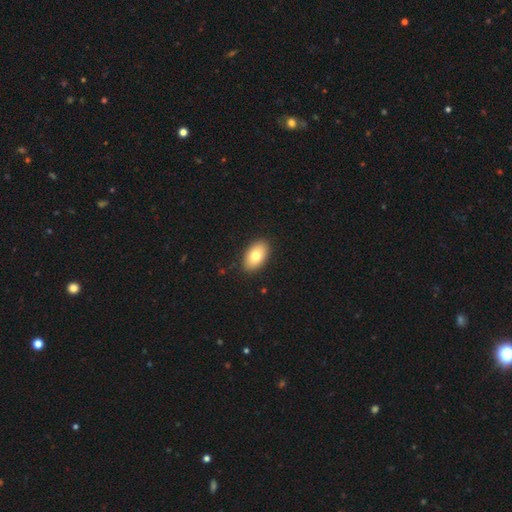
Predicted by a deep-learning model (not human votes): This appears to be a smooth galaxy with no disk features (80%) that is in between round and cigar-shaped (93%). Merging: none (90%).